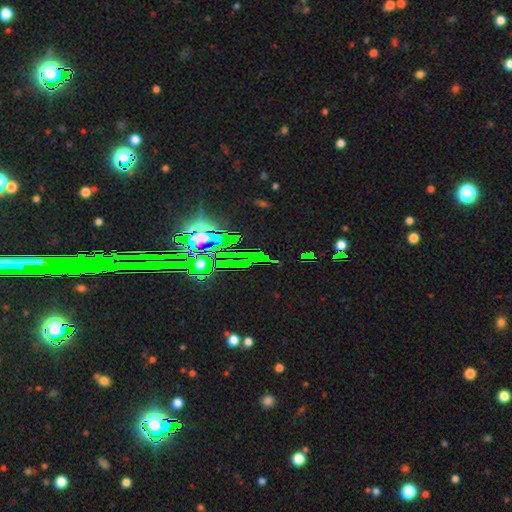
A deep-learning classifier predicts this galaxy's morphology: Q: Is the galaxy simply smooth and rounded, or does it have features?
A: star or artifact — 82%.